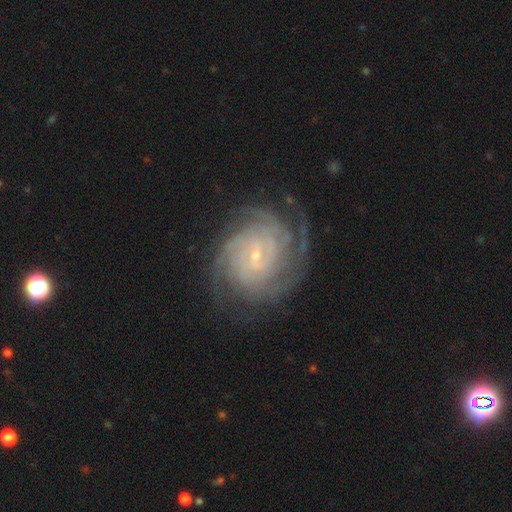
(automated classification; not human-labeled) Smooth or featured? Predicted: featured or disk (p=0.88). Edge-on disk? Predicted: no (p=0.98). Bar? Predicted: weak (p=0.47). Spiral arms? Predicted: yes (p=0.98). Spiral winding? Predicted: tight (p=0.79). Spiral arm count? Predicted: 4 (p=0.27). Bulge size? Predicted: small (p=0.83). Merging? Predicted: none (p=0.78).